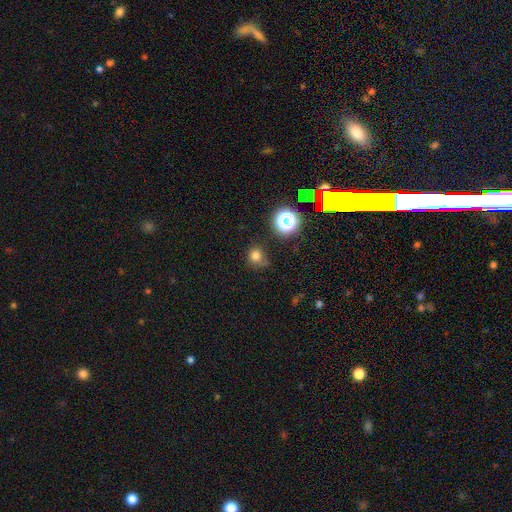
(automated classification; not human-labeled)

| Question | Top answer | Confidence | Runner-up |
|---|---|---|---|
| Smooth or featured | smooth | 76% | star or artifact (18%) |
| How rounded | round | 86% | in between (13%) |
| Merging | none | 65% | minor disturbance (23%) |